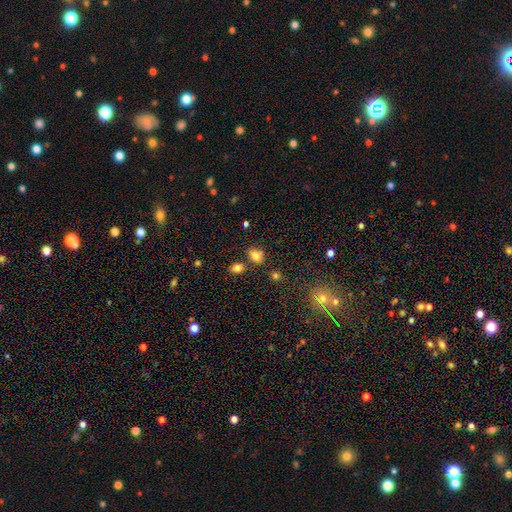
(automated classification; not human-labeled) Smooth or featured?
  - smooth: 80% *
  - star or artifact: 13%
  - featured or disk: 6%
How rounded?
  - in between: 68% *
  - round: 31%
  - cigar-shaped: 1%
Merging?
  - none: 65% *
  - minor disturbance: 16%
  - merger: 13%
  - major disturbance: 5%